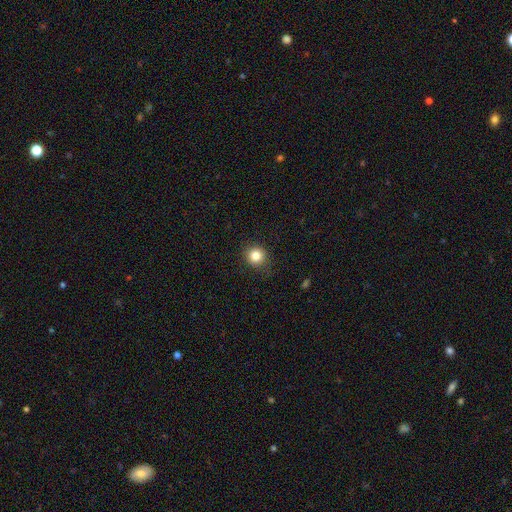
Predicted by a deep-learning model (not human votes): smooth-or-featured: smooth: 83% | star or artifact: 11% | featured or disk: 5%
  how-rounded: round: 90% | in between: 9% | cigar-shaped: 1%
  merging: none: 86% | minor disturbance: 10% | major disturbance: 3% | merger: 1%